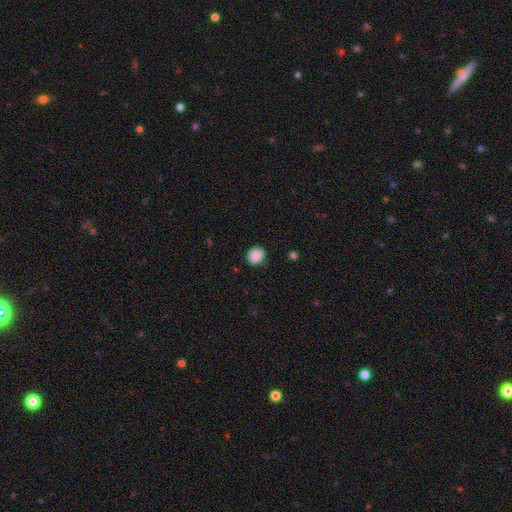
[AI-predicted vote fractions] The model was most divided on "merging": none: 77%, minor disturbance: 18%, major disturbance: 4%, merger: 1%. More confident: smooth or featured — smooth (87%); how rounded — round (79%).